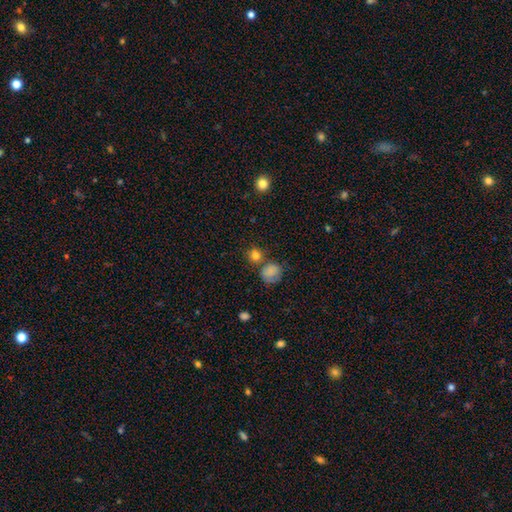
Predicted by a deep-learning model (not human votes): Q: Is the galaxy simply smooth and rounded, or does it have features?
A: smooth — 80%.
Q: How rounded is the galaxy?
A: round — 83%.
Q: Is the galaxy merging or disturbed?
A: none — 63%.